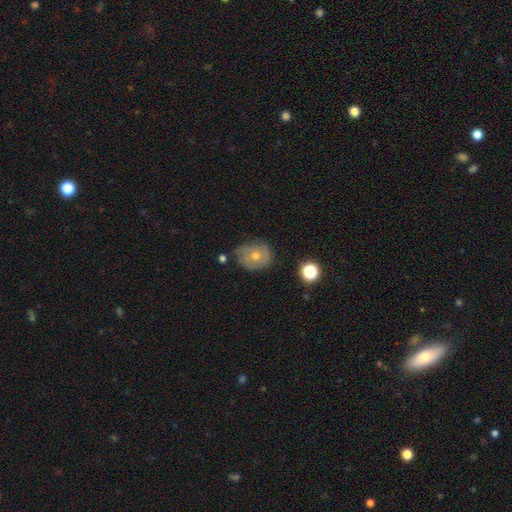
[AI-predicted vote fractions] Q: Smooth or featured?
A: featured or disk (47%); runner-up: smooth (39%)
Q: Merging?
A: none (65%); runner-up: minor disturbance (25%)